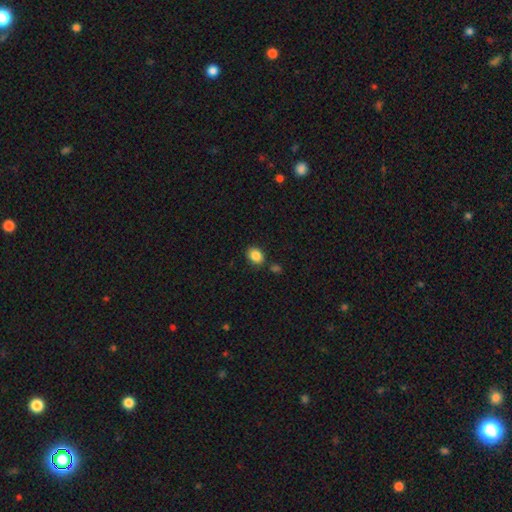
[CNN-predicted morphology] Smooth or featured: smooth — 86% (star or artifact — 9%)
How rounded: in between — 64% (round — 35%)
Merging: none — 81% (minor disturbance — 10%)